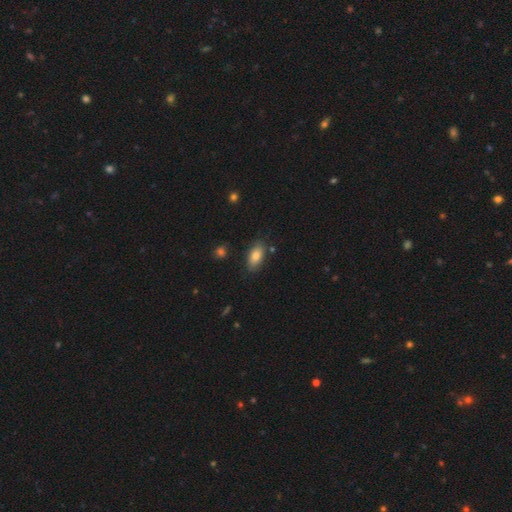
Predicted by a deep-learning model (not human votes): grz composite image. It shows a smooth galaxy with no disk features (82%) that is in between round and cigar-shaped (90%). Merging: none (81%).